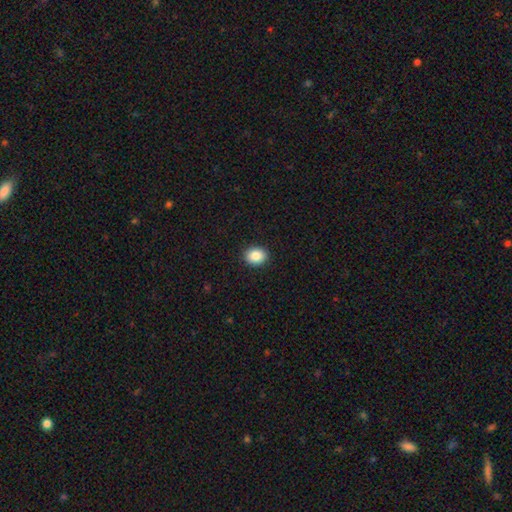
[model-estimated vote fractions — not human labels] Smooth or featured: smooth — 87% (star or artifact — 9%)
How rounded: round — 55% (in between — 44%)
Merging: none — 91% (minor disturbance — 6%)